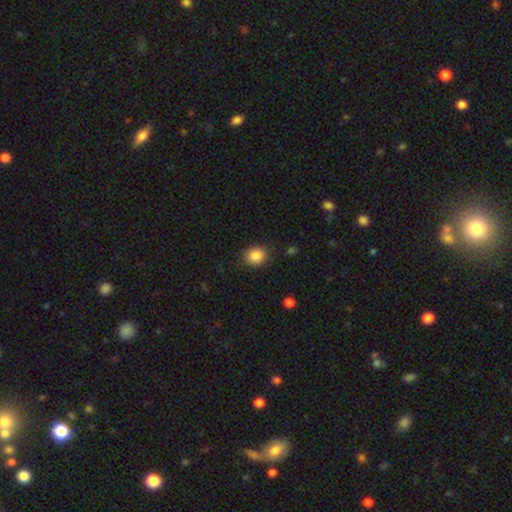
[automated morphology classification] Smooth or featured?
  - smooth: 87% *
  - star or artifact: 9%
  - featured or disk: 4%
How rounded?
  - round: 61% *
  - in between: 39%
  - cigar-shaped: 1%
Merging?
  - none: 85% *
  - minor disturbance: 11%
  - major disturbance: 3%
  - merger: 1%